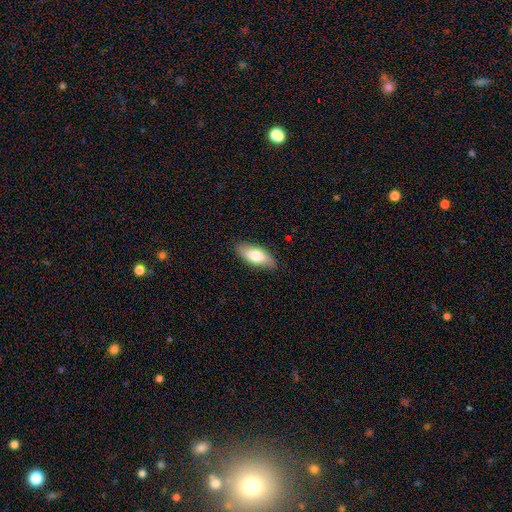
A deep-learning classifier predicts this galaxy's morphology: Smooth or featured: smooth — 74% (featured or disk — 21%)
How rounded: in between — 82% (cigar-shaped — 16%)
Merging: none — 85% (minor disturbance — 12%)